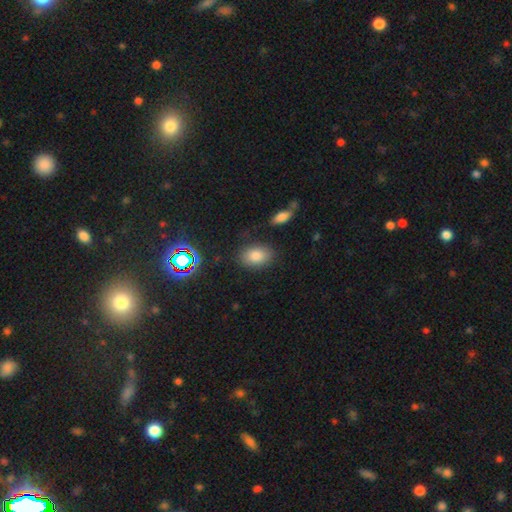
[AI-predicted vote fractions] A smooth galaxy with no disk features (80%) that is in between round and cigar-shaped (80%).

Vote fractions:
- Smooth or featured? smooth: 80% / star or artifact: 12% / featured or disk: 8%
- How rounded? in between: 80% / round: 18% / cigar-shaped: 1%
- Merging? none: 82% / minor disturbance: 12% / major disturbance: 4% / merger: 3%